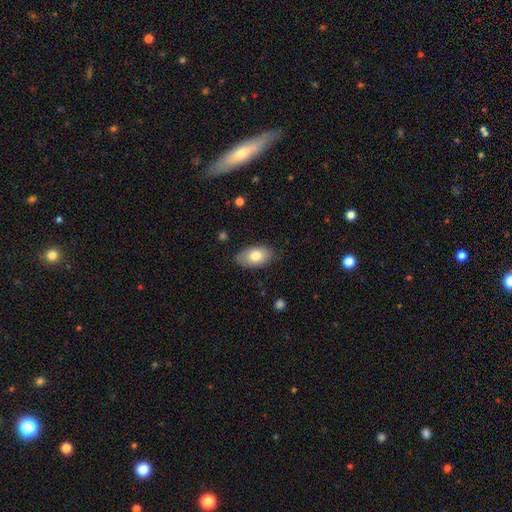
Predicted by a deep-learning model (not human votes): Smooth or featured? smooth (78%)
How rounded? in between (94%)
Merging? none (80%)